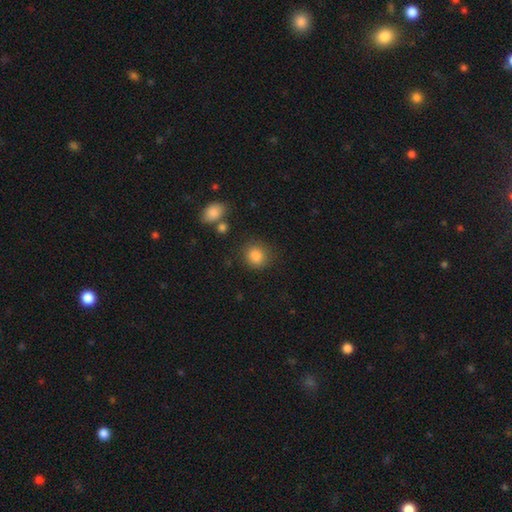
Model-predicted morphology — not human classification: The model was most divided on "how rounded": round: 77%, in between: 22%, cigar-shaped: 1%. More confident: smooth or featured — smooth (86%); merging — none (80%).